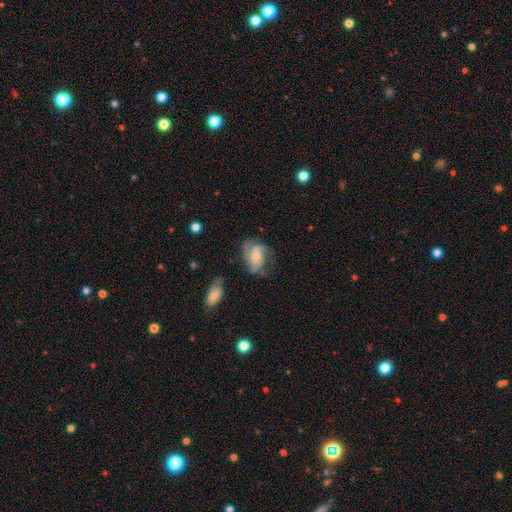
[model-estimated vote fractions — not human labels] This is likely a featured or disk galaxy (76%). It is clearly not viewed edge-on (97%). Bar: likely no (61%). Spiral arm pattern: clearly yes (93%). Spiral arm count: marginally 2 (37%). Spiral winding: possibly medium (47%). Central bulge: possibly small (49%). Merging: likely none (61%).